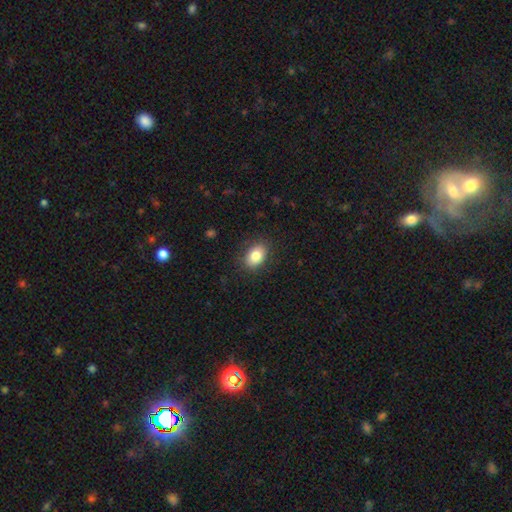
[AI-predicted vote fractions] Q: Smooth or featured?
A: smooth (83%); runner-up: featured or disk (9%)
Q: How rounded?
A: in between (81%); runner-up: round (18%)
Q: Merging?
A: none (85%); runner-up: minor disturbance (11%)